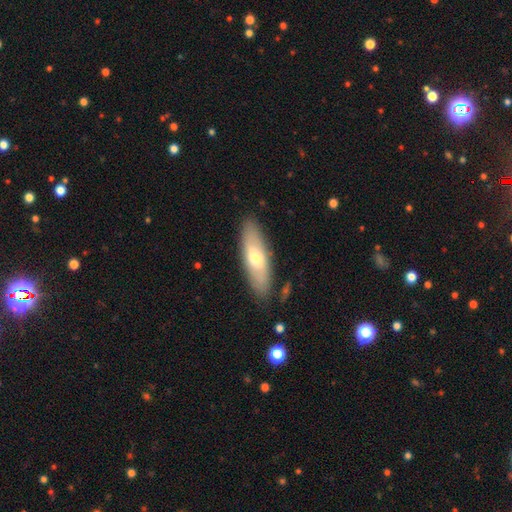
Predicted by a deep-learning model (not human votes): This appears to be a smooth galaxy with no disk features (57%) that is in between round and cigar-shaped (52%). Merging: none (85%).